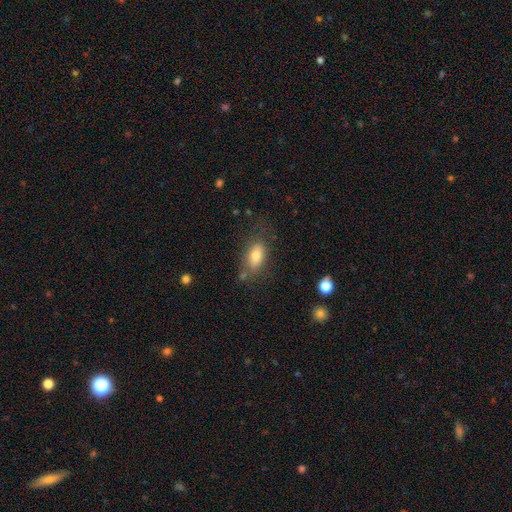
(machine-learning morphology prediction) The model was most divided on "merging": none: 67%, minor disturbance: 19%, major disturbance: 8%, merger: 6%. More confident: how rounded — in between (87%); smooth or featured — smooth (77%).